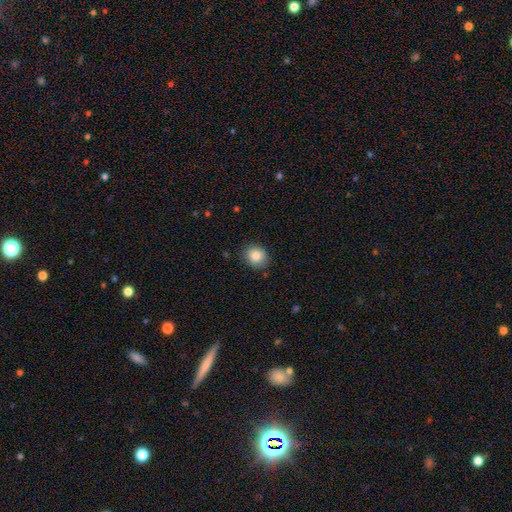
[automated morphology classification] Smooth or featured?
  - smooth: 85% *
  - star or artifact: 9%
  - featured or disk: 6%
How rounded?
  - round: 70% *
  - in between: 30%
  - cigar-shaped: 1%
Merging?
  - none: 85% *
  - minor disturbance: 12%
  - major disturbance: 2%
  - merger: 1%